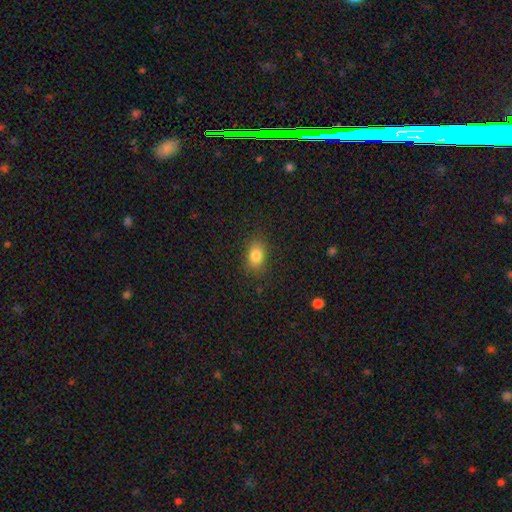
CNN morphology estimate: Smooth or featured?
  - smooth: 82% *
  - star or artifact: 10%
  - featured or disk: 8%
How rounded?
  - in between: 78% *
  - round: 20%
  - cigar-shaped: 2%
Merging?
  - none: 84% *
  - minor disturbance: 12%
  - major disturbance: 3%
  - merger: 1%